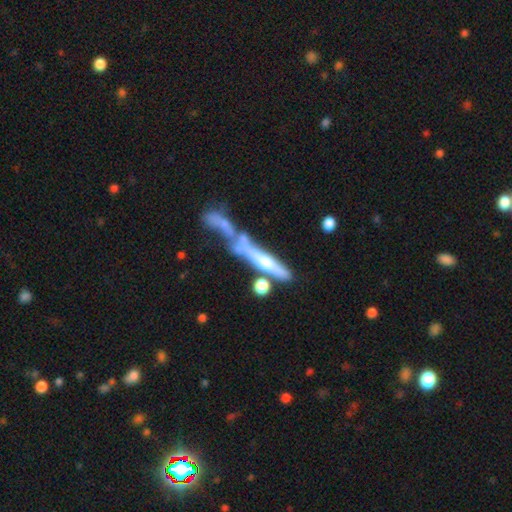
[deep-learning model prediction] Smooth or featured?
  - featured or disk: 54% *
  - smooth: 36%
  - star or artifact: 10%
Edge-on disk?
  - yes: 71% *
  - no: 29%
Merging?
  - merger: 43% *
  - none: 26%
  - major disturbance: 17%
  - minor disturbance: 14%